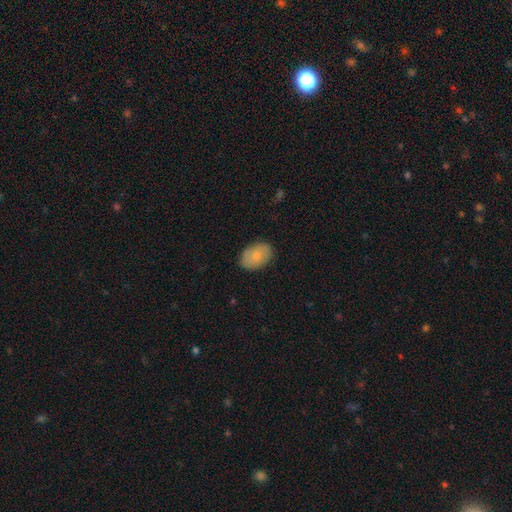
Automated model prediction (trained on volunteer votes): Morphology: type=smooth (77%); roundness=in between (84%); merging=none (86%).